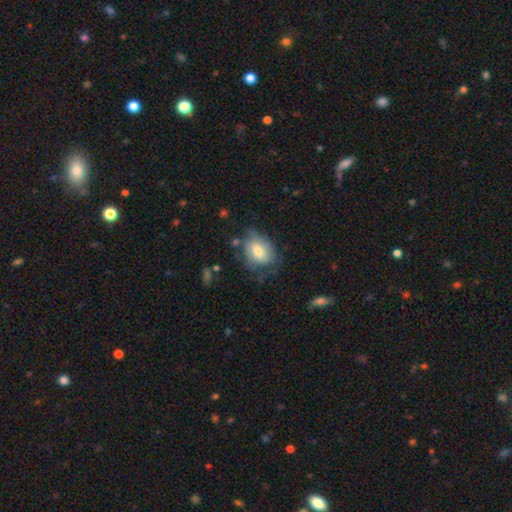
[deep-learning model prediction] A smooth galaxy with no disk features (59%) that is in between round and cigar-shaped (72%).

Vote fractions:
- Smooth or featured? smooth: 59% / featured or disk: 34% / star or artifact: 8%
- How rounded? in between: 72% / round: 26% / cigar-shaped: 1%
- Merging? none: 53% / minor disturbance: 30% / major disturbance: 15% / merger: 3%